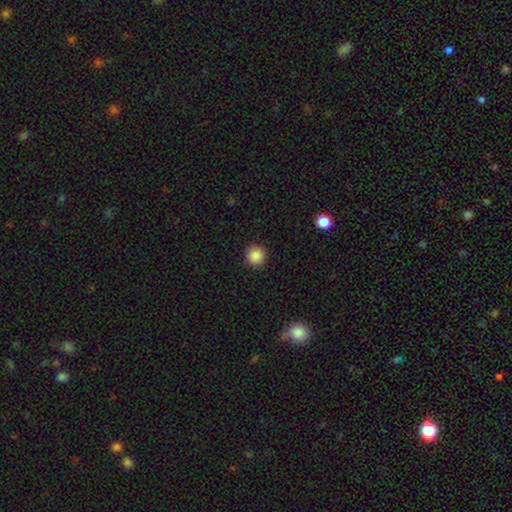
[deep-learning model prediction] Overall: smooth (88%). How rounded: round (94%). Merging: none (92%).